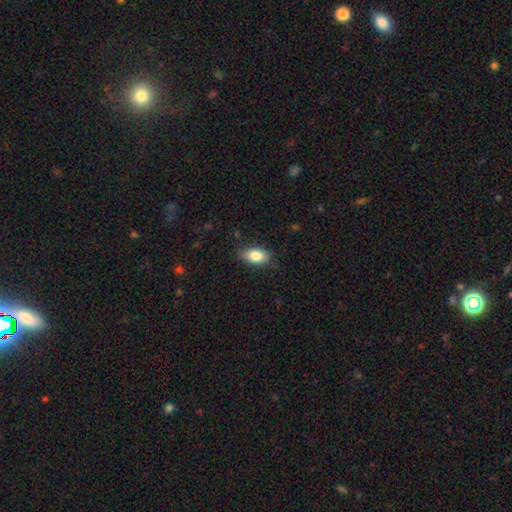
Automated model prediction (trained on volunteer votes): Overall: smooth (83%). How rounded: in between (89%). Merging: none (80%).